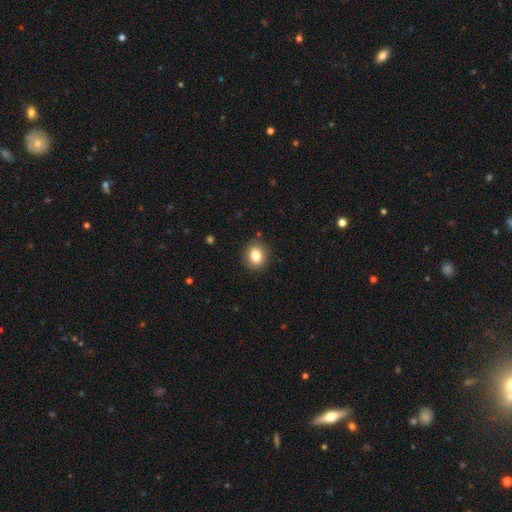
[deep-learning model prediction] Smooth or featured? smooth (82%)
How rounded? round (64%)
Merging? none (89%)